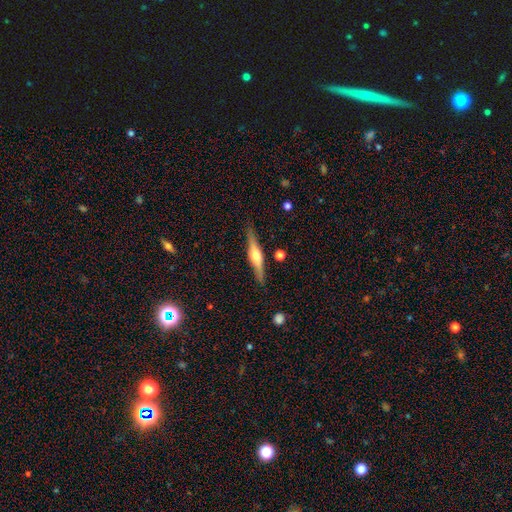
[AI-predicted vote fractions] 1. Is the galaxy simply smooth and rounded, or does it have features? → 70% featured or disk, 25% smooth, 6% star or artifact.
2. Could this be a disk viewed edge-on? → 97% yes, 3% no.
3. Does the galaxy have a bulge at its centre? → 90% rounded, 6% boxy, 3% none.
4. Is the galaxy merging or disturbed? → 88% none, 9% minor disturbance, 2% major disturbance, 2% merger.